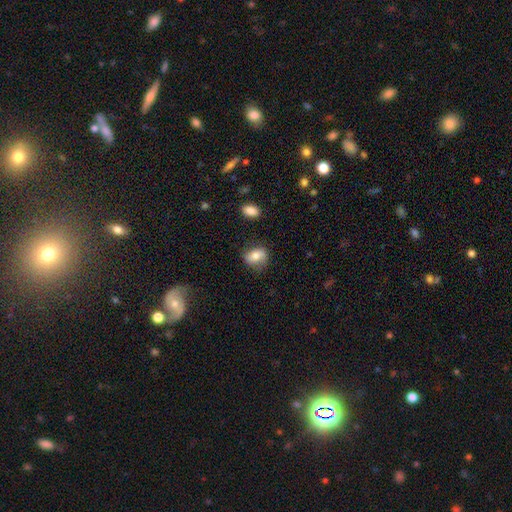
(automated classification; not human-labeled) smooth-or-featured: smooth: 66% | featured or disk: 26% | star or artifact: 9%
  how-rounded: in between: 59% | round: 39% | cigar-shaped: 2%
  merging: none: 67% | minor disturbance: 23% | major disturbance: 8% | merger: 2%